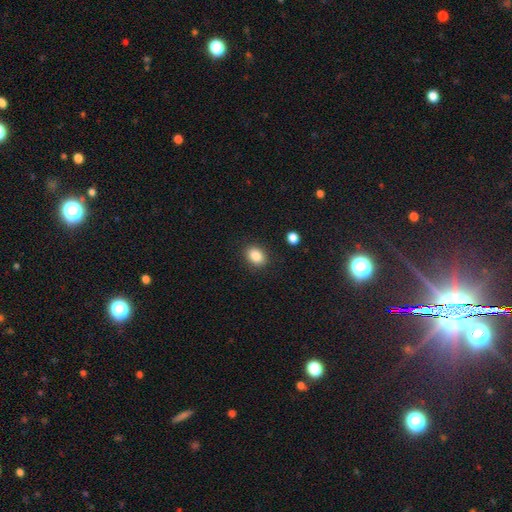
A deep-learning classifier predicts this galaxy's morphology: Smooth or featured?
  - smooth: 86% *
  - star or artifact: 9%
  - featured or disk: 5%
How rounded?
  - in between: 68% *
  - round: 31%
  - cigar-shaped: 1%
Merging?
  - none: 87% *
  - minor disturbance: 8%
  - major disturbance: 3%
  - merger: 2%